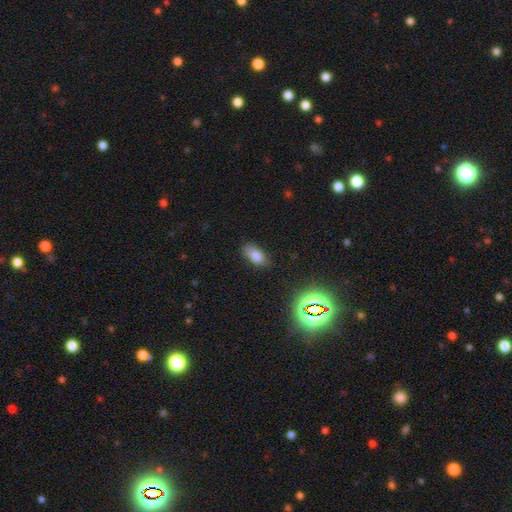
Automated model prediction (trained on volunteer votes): Smooth or featured? Predicted: smooth (p=0.81). How rounded? Predicted: in between (p=0.89). Merging? Predicted: none (p=0.79).